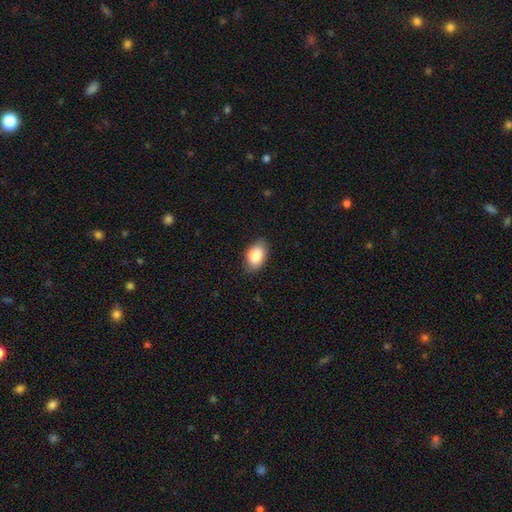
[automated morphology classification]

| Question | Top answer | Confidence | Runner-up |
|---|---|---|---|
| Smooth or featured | smooth | 85% | featured or disk (8%) |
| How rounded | in between | 91% | round (7%) |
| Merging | none | 77% | minor disturbance (18%) |